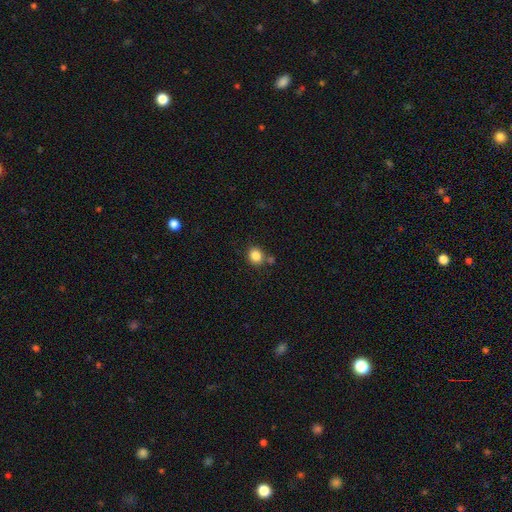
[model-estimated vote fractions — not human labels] smooth-or-featured: smooth: 85% | star or artifact: 10% | featured or disk: 4%
  how-rounded: round: 79% | in between: 20% | cigar-shaped: 1%
  merging: none: 75% | merger: 11% | minor disturbance: 11% | major disturbance: 3%